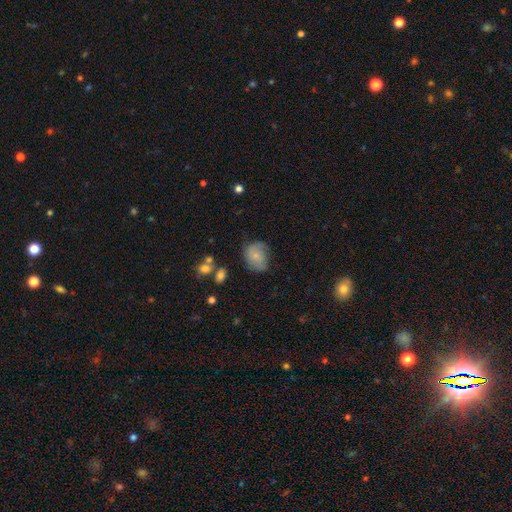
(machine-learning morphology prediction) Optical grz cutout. It shows a smooth galaxy with no disk features (62%) that is in between round and cigar-shaped (50%). Merging: none (50%).